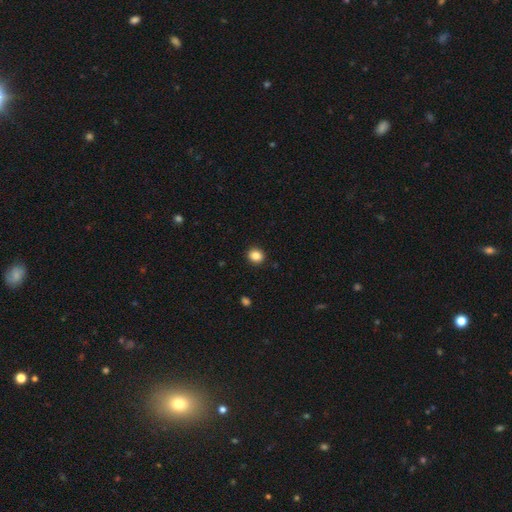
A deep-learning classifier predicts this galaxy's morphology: Overall: smooth (86%). How rounded: round (78%). Merging: none (92%).